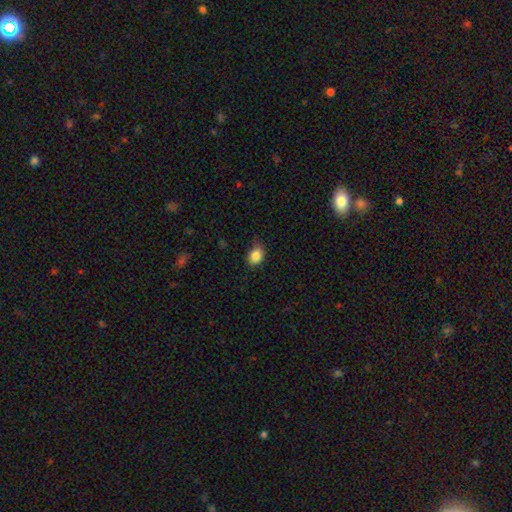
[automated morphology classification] Smooth or featured?
  - smooth: 85% *
  - star or artifact: 9%
  - featured or disk: 6%
How rounded?
  - in between: 62% *
  - round: 37%
  - cigar-shaped: 1%
Merging?
  - none: 66% *
  - minor disturbance: 28%
  - major disturbance: 5%
  - merger: 1%